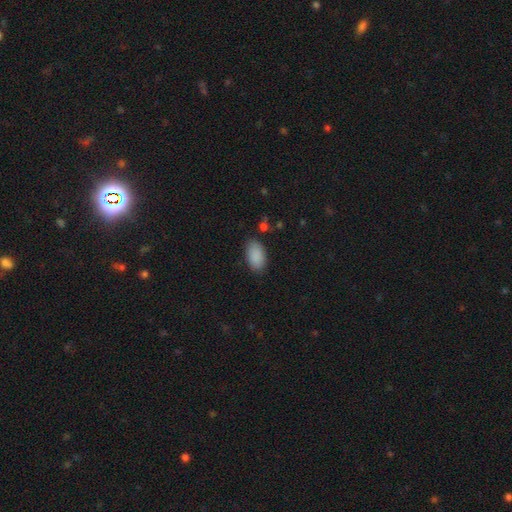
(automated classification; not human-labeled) This is clearly a smooth galaxy (89%). How rounded: clearly in between (94%). Merging: clearly none (84%).